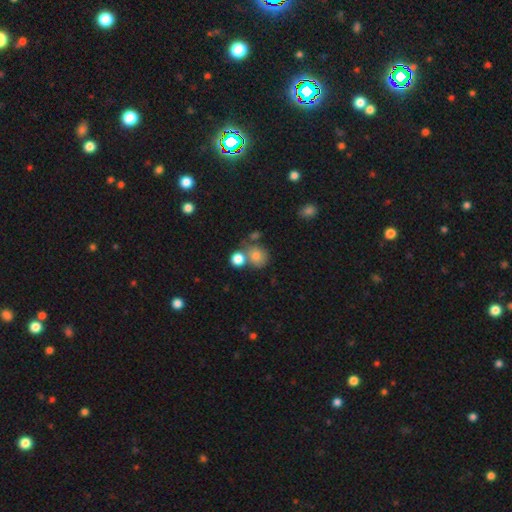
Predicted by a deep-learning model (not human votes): smooth 78%, star or artifact 12%, featured or disk 10%. Down the decision tree: how rounded — round (81%); merging — none (52%).